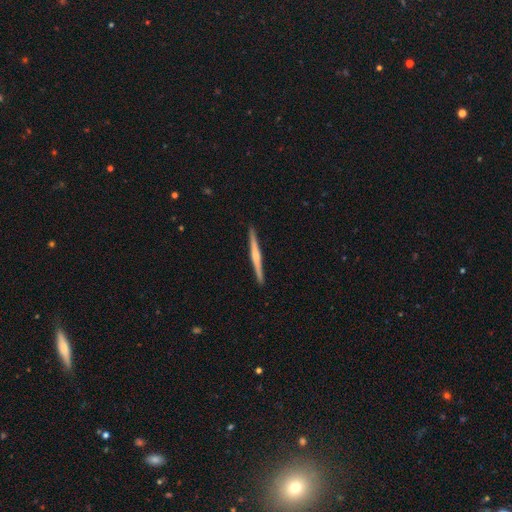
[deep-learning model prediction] Morphology: type=featured or disk (66%); edge-on=yes (98%); edge-on bulge=rounded (56%); merging=none (93%).